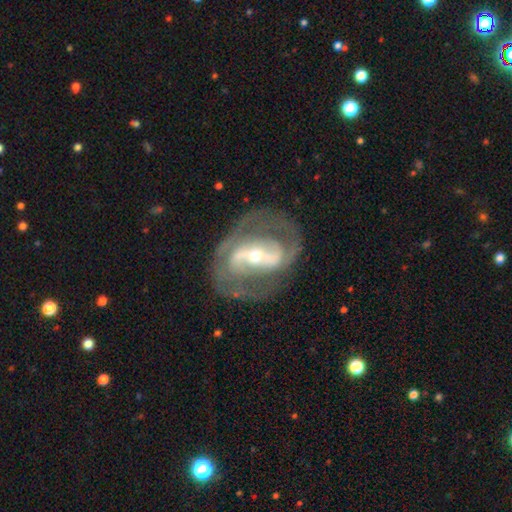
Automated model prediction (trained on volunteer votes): Smooth or featured: featured or disk — 85% (smooth — 10%)
Edge-on disk: no — 94% (yes — 6%)
Bar: strong — 55% (weak — 27%)
Spiral arms: yes — 79% (no — 21%)
Spiral winding: medium — 47% (tight — 33%)
Spiral arm count: 2 — 77% (can't tell — 13%)
Bulge size: small — 50% (moderate — 44%)
Merging: none — 69% (minor disturbance — 15%)